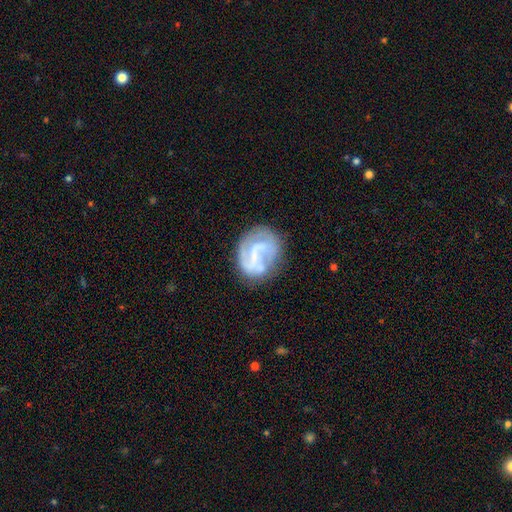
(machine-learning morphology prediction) Smooth or featured?
  - featured or disk: 72% *
  - smooth: 21%
  - star or artifact: 7%
Edge-on disk?
  - no: 98% *
  - yes: 2%
Bar?
  - weak: 42% *
  - no: 32%
  - strong: 25%
Spiral arms?
  - yes: 80% *
  - no: 20%
Spiral winding?
  - medium: 40% *
  - loose: 31%
  - tight: 28%
Spiral arm count?
  - 2: 60% *
  - can't tell: 17%
  - 1: 10%
  - 3: 8%
  - 4: 2%
  - more than 4: 2%
Bulge size?
  - none: 44% *
  - small: 38%
  - moderate: 14%
  - large: 2%
  - dominant: 1%
Merging?
  - none: 59% *
  - minor disturbance: 20%
  - major disturbance: 15%
  - merger: 5%